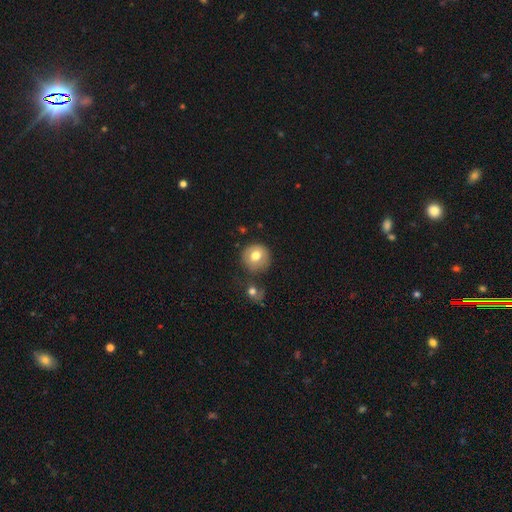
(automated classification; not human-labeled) Morphology: type=smooth (73%); roundness=round (93%); merging=none (76%).